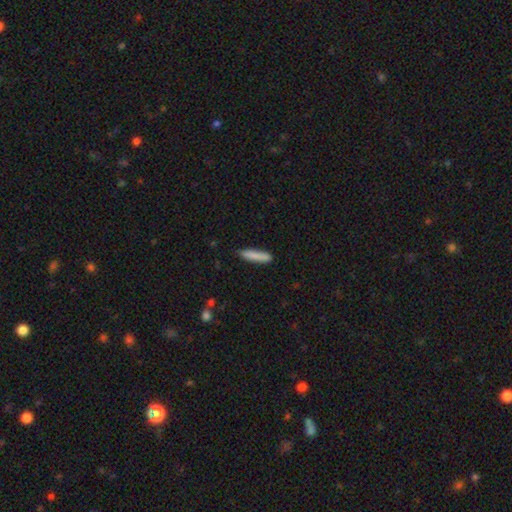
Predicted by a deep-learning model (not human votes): This appears to be a smooth galaxy with no disk features (85%) that is cigar-shaped (87%). Merging: none (85%).